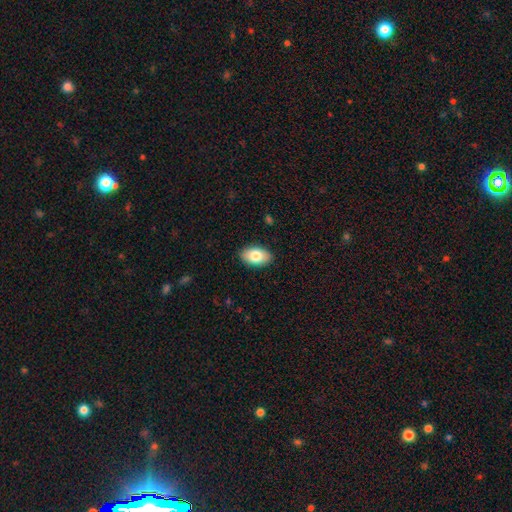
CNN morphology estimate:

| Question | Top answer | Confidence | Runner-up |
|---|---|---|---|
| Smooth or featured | smooth | 82% | featured or disk (12%) |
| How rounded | in between | 93% | round (6%) |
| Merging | none | 89% | minor disturbance (8%) |